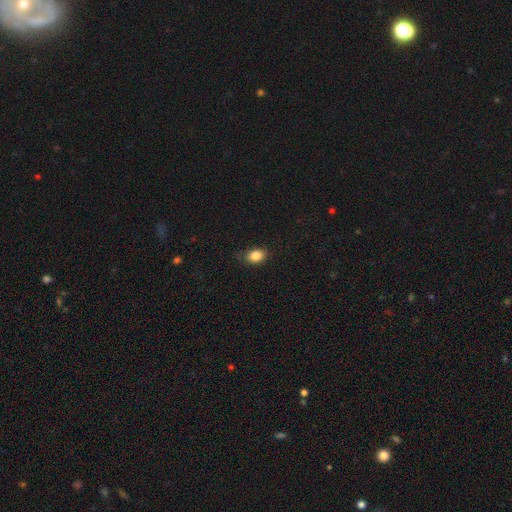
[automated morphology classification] A smooth galaxy with no disk features (85%) that is in between round and cigar-shaped (72%).

Vote fractions:
- Smooth or featured? smooth: 85% / star or artifact: 9% / featured or disk: 5%
- How rounded? in between: 72% / round: 27% / cigar-shaped: 1%
- Merging? none: 79% / minor disturbance: 17% / major disturbance: 3% / merger: 1%